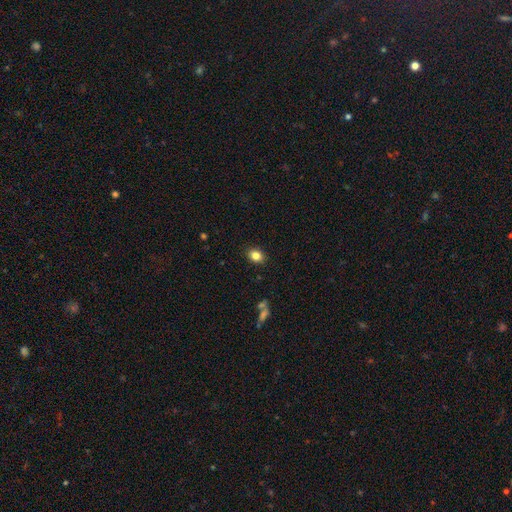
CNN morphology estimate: Smooth or featured? smooth (83%)
How rounded? in between (56%)
Merging? none (88%)